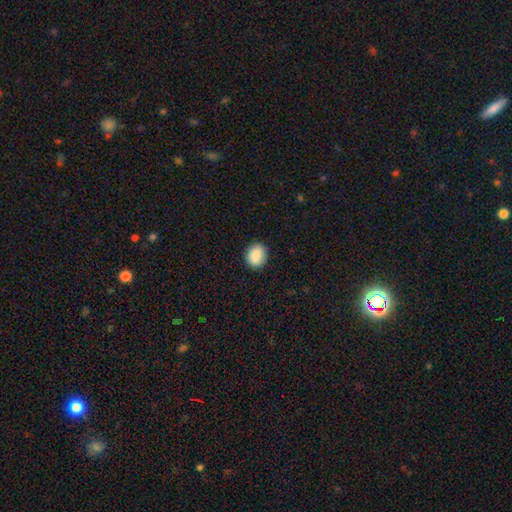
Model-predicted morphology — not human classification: type=smooth (89%); roundness=round (58%); merging=none (88%).